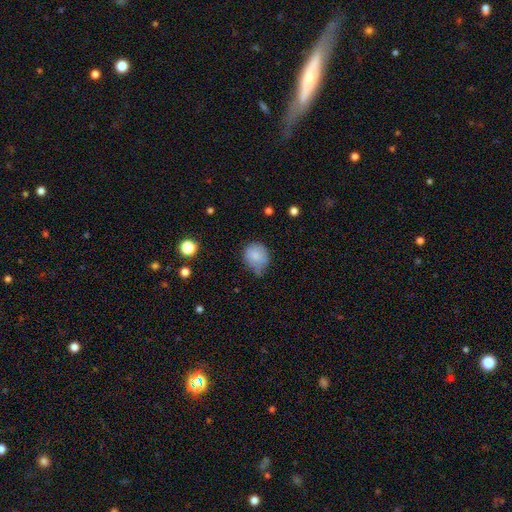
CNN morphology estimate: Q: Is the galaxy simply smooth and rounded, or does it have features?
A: smooth — 83%.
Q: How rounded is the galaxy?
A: round — 71%.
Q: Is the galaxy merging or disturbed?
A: none — 46%.